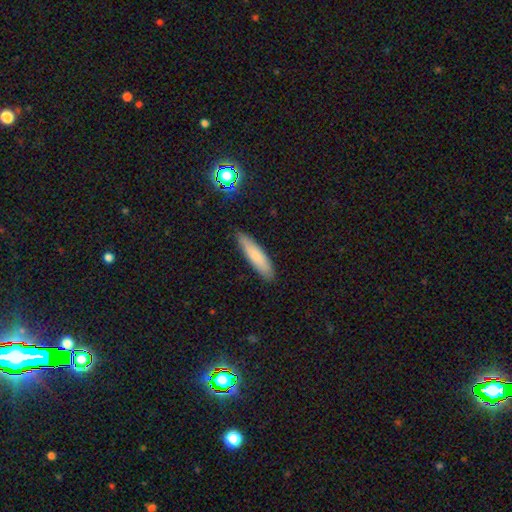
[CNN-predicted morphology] Overall: smooth (79%). How rounded: cigar-shaped (77%). Merging: none (86%).